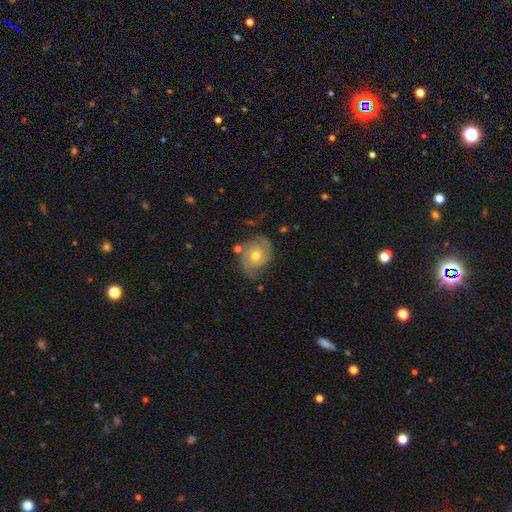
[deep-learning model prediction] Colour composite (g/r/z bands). It shows a featured or disk galaxy (66%) with no bar (78%), 2 (66%) tight (51%) spiral arms (84%) and a moderate central bulge (70%). Merging: none (65%).